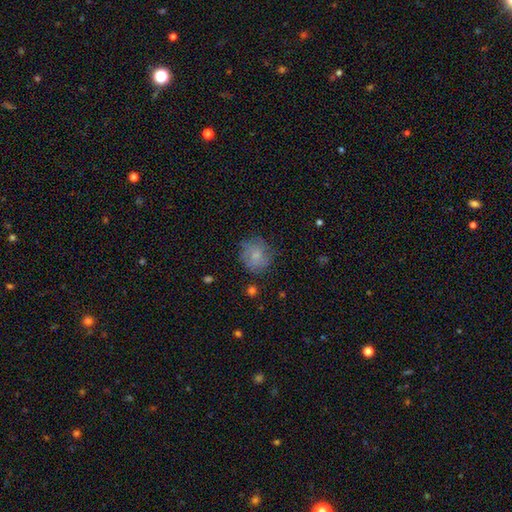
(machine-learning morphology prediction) type=smooth (63%); roundness=round (84%); merging=none (72%).